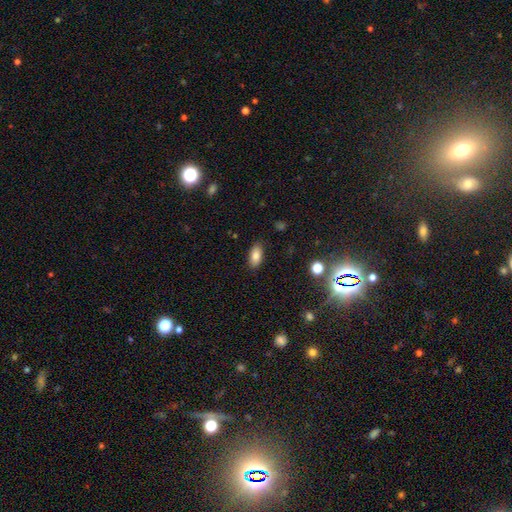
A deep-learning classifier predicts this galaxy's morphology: A smooth galaxy with no disk features (83%) that is in between round and cigar-shaped (91%). Merging: none (87%).